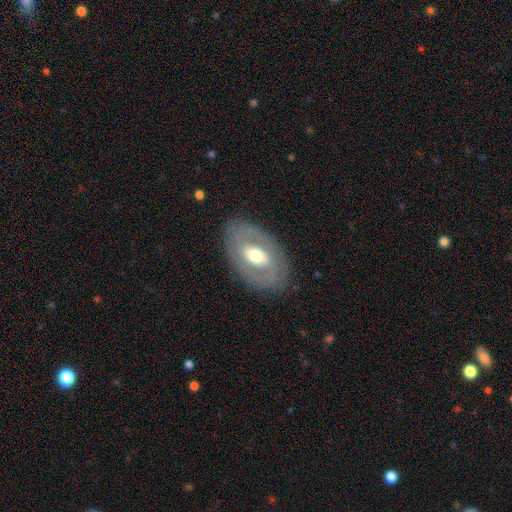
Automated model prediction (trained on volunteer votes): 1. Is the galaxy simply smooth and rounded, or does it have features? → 65% featured or disk, 30% smooth, 6% star or artifact.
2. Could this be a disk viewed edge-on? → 92% no, 8% yes.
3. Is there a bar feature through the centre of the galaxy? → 47% no, 34% weak, 19% strong.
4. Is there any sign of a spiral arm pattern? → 58% no, 42% yes.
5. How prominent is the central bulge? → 67% moderate, 18% large, 13% small, 2% dominant, 1% none.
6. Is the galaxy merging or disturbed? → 82% none, 12% minor disturbance, 5% major disturbance, 1% merger.